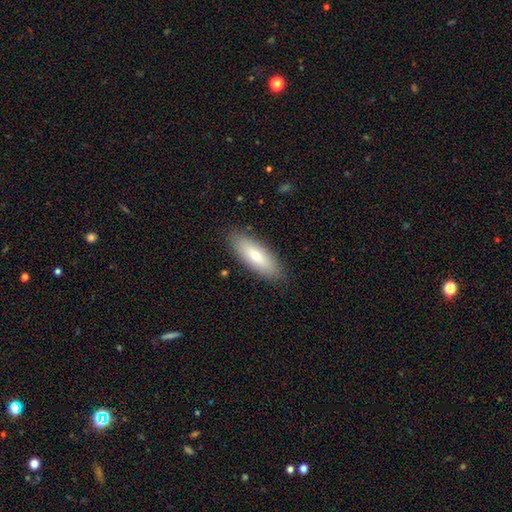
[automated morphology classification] smooth_or_featured: smooth (p=0.70) [alt: featured or disk p=0.24]
how_rounded: in between (p=0.67) [alt: cigar-shaped p=0.30]
merging: none (p=0.88) [alt: minor disturbance p=0.09]